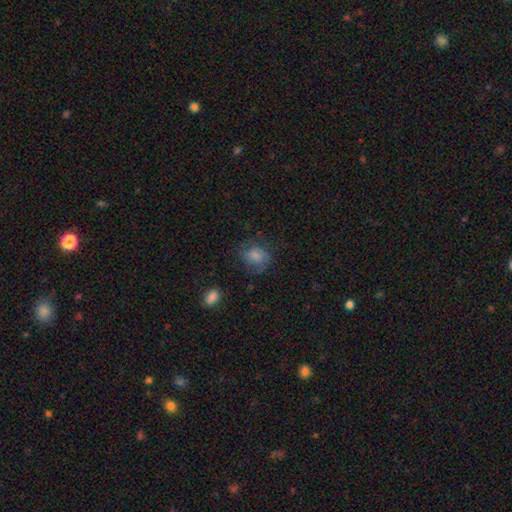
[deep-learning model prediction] This appears to be a smooth galaxy with no disk features (72%) that is round (58%). Merging: none (55%).